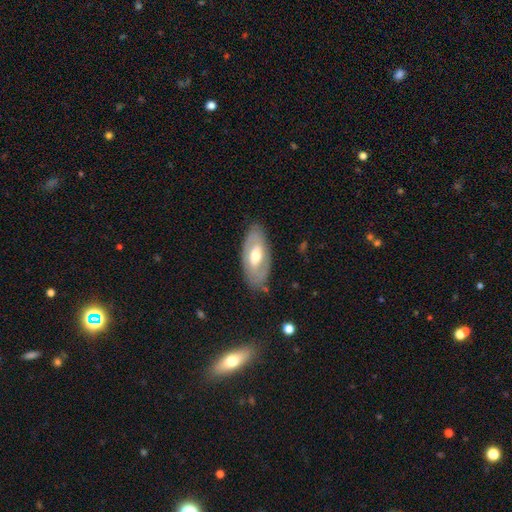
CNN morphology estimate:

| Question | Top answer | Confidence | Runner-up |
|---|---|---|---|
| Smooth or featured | featured or disk | 57% | smooth (38%) |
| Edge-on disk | no | 86% | yes (14%) |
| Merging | none | 80% | minor disturbance (15%) |